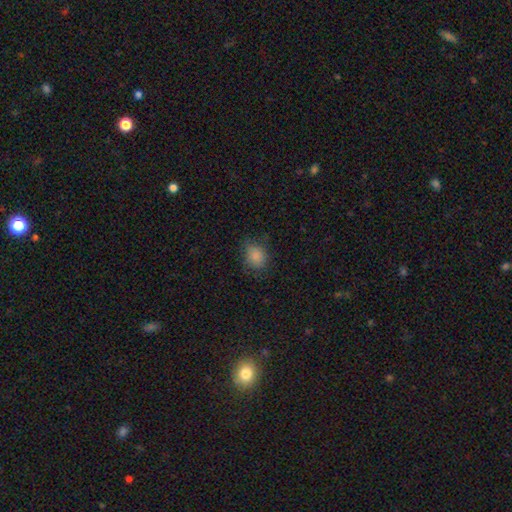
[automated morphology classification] Smooth or featured?
  - smooth: 84% *
  - star or artifact: 10%
  - featured or disk: 5%
How rounded?
  - round: 59% *
  - in between: 40%
  - cigar-shaped: 1%
Merging?
  - none: 73% *
  - minor disturbance: 20%
  - major disturbance: 6%
  - merger: 1%